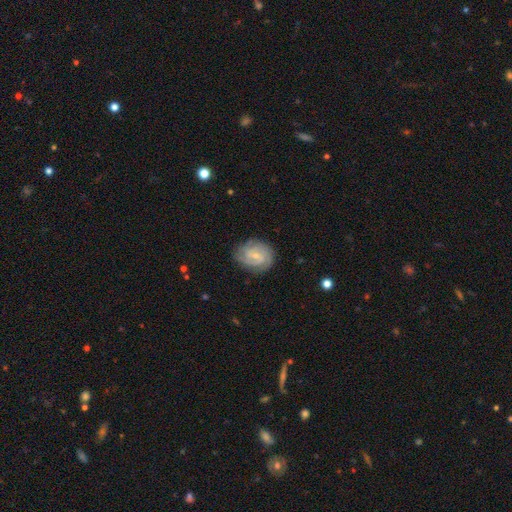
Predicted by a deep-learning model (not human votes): smooth_or_featured: featured or disk (p=0.81) [alt: smooth p=0.13]
disk_edge_on: no (p=0.98) [alt: yes p=0.02]
bar: no (p=0.47) [alt: weak p=0.45]
has_spiral_arms: yes (p=0.96) [alt: no p=0.04]
spiral_winding: tight (p=0.62) [alt: medium p=0.32]
spiral_arm_count: 2 (p=0.30) [alt: 3 p=0.29]
bulge_size: small (p=0.73) [alt: moderate p=0.21]
merging: none (p=0.80) [alt: minor disturbance p=0.15]